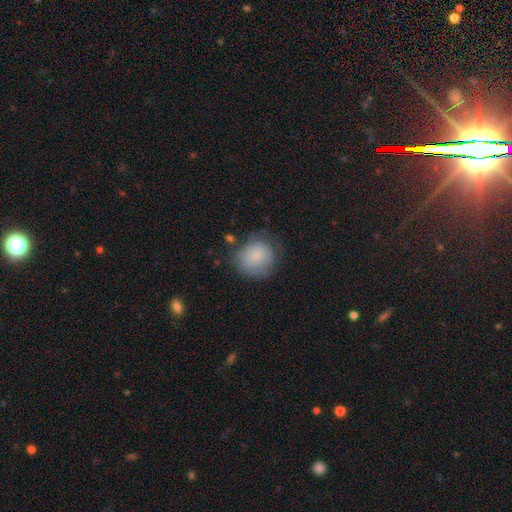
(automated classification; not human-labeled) Morphology: type=smooth (78%); roundness=round (79%); merging=none (62%).